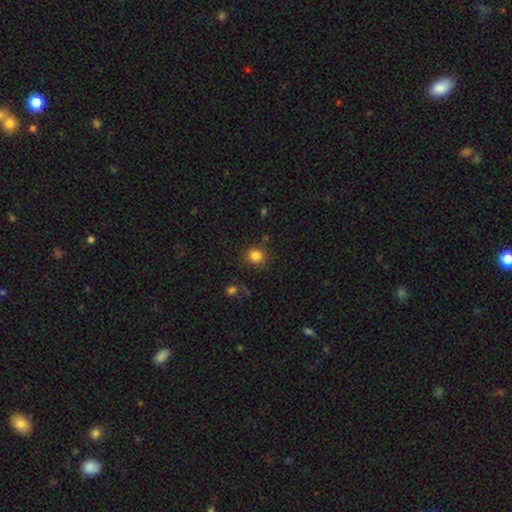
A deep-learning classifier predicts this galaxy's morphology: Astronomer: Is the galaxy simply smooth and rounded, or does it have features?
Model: smooth — 84%.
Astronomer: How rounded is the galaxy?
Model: round — 84%.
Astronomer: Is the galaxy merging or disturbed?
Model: none — 83%.